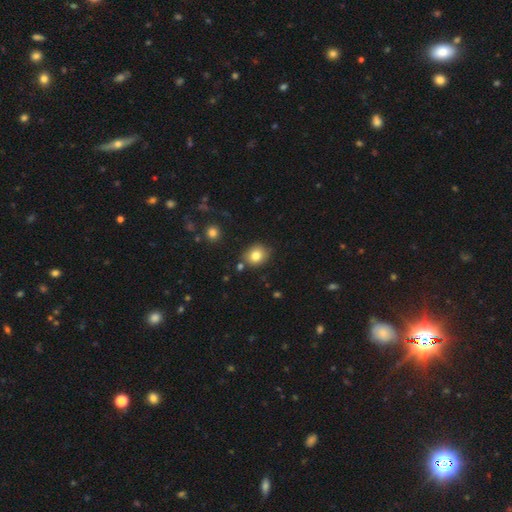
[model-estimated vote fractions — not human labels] Smooth or featured? Predicted: smooth (p=0.81). How rounded? Predicted: round (p=0.63). Merging? Predicted: none (p=0.79).